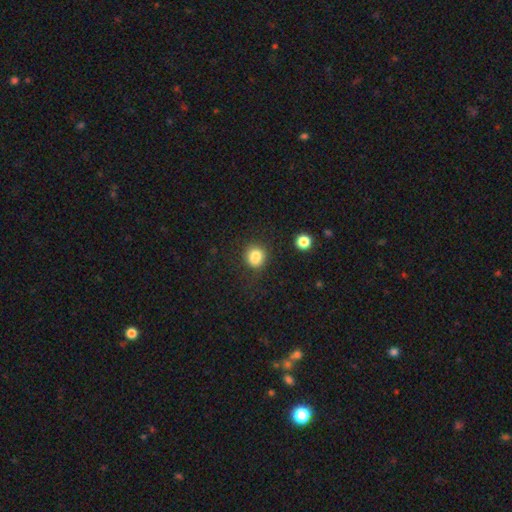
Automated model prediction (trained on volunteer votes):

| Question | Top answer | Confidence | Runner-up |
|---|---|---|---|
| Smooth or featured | smooth | 84% | star or artifact (11%) |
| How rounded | round | 83% | in between (16%) |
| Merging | none | 81% | minor disturbance (11%) |